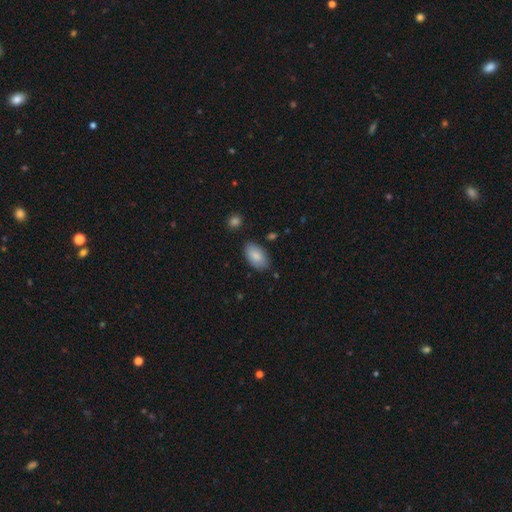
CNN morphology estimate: This is clearly a smooth galaxy (85%). How rounded: clearly in between (95%). Merging: clearly none (81%).